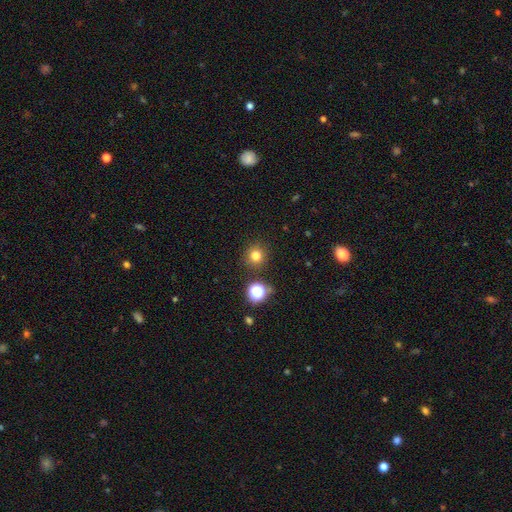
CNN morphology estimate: This appears to be a smooth galaxy with no disk features (77%) that is round (93%). Merging: none (89%).